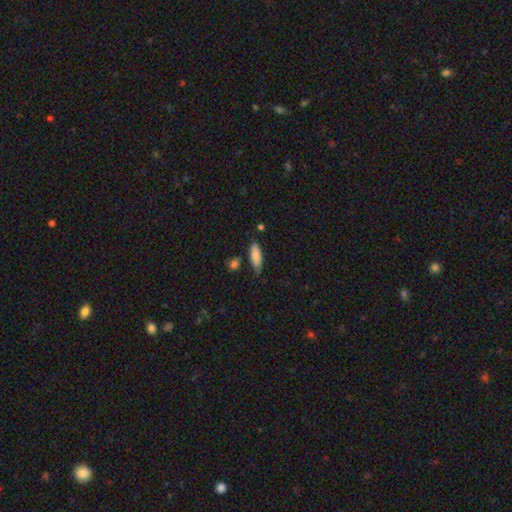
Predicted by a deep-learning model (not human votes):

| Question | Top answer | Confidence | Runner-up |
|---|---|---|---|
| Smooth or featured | smooth | 85% | featured or disk (9%) |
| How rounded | in between | 57% | cigar-shaped (41%) |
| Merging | none | 75% | minor disturbance (17%) |